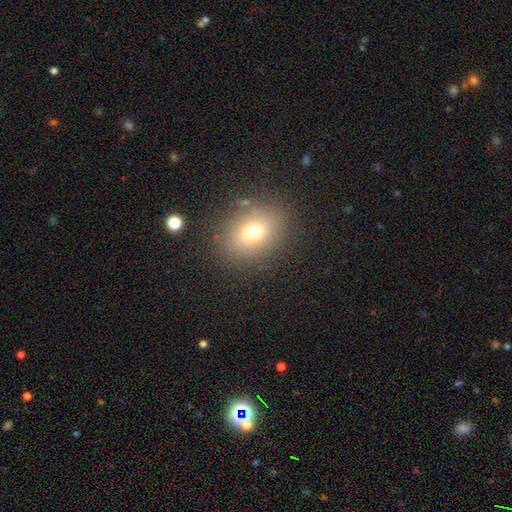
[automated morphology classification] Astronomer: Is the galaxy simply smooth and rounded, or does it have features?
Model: smooth — 68%.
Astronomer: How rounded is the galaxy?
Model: in between — 54% (runner-up: round, 45%).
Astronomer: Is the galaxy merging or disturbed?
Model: none — 87%.